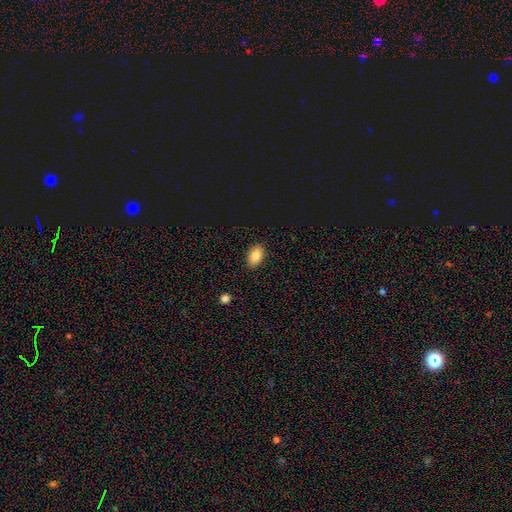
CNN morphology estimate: smooth_or_featured: smooth (p=0.86) [alt: star or artifact p=0.08]
how_rounded: in between (p=0.90) [alt: round p=0.09]
merging: none (p=0.88) [alt: minor disturbance p=0.08]